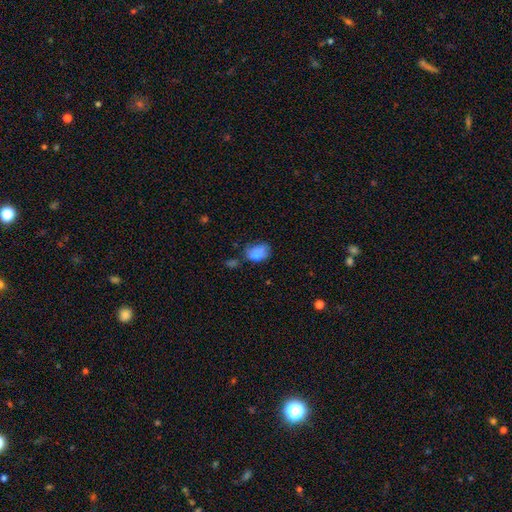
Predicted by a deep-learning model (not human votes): Overall: smooth (79%). How rounded: in between (76%). Merging: none (44%; minor disturbance 35%).